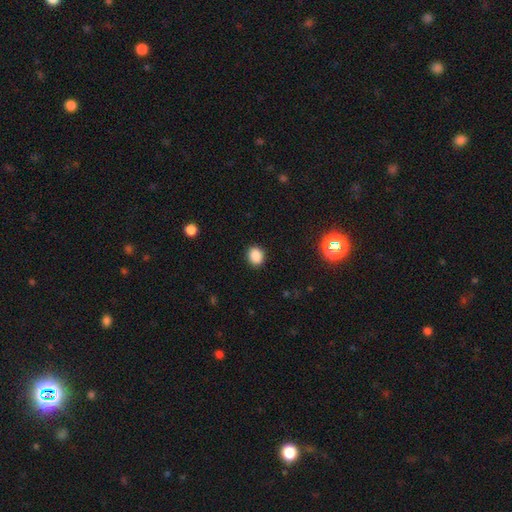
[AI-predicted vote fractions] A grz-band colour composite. It shows a smooth galaxy with no disk features (85%) that is round (70%). Merging: none (91%).